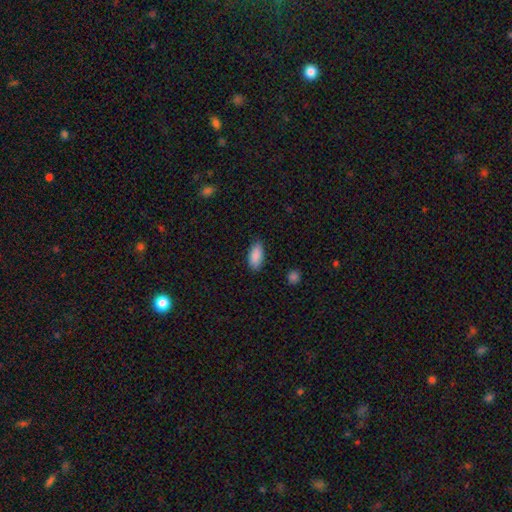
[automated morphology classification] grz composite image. It shows a smooth galaxy with no disk features (89%) that is in between round and cigar-shaped (90%). Merging: none (83%).